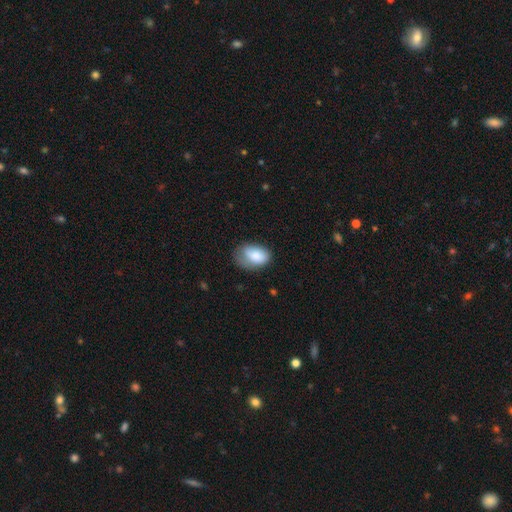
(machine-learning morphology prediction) Smooth or featured: smooth — 82% (featured or disk — 11%)
How rounded: in between — 89% (round — 10%)
Merging: none — 47% (minor disturbance — 35%)